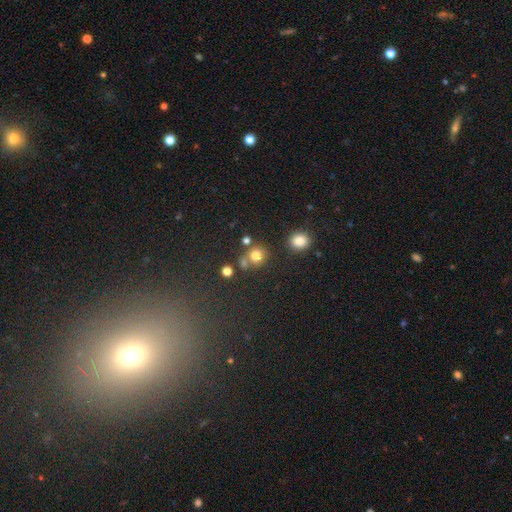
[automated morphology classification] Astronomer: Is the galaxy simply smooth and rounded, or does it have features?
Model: smooth — 77%.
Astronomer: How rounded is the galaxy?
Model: round — 87%.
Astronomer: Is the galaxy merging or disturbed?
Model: none — 64%.